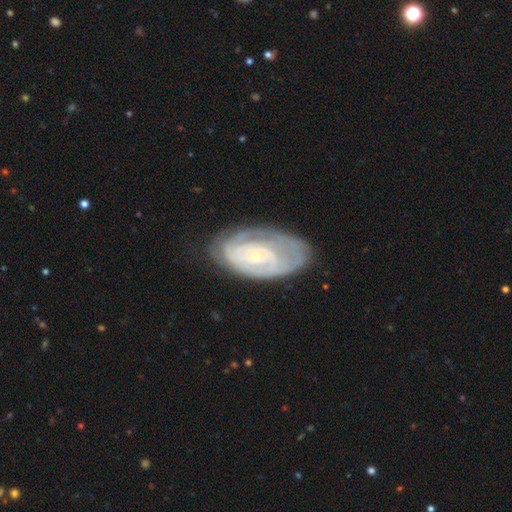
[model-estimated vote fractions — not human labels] Smooth or featured?
  - featured or disk: 79% *
  - smooth: 15%
  - star or artifact: 6%
Edge-on disk?
  - no: 96% *
  - yes: 4%
Bar?
  - no: 75% *
  - weak: 20%
  - strong: 5%
Spiral arms?
  - yes: 87% *
  - no: 13%
Spiral winding?
  - tight: 72% *
  - medium: 21%
  - loose: 6%
Spiral arm count?
  - can't tell: 46% *
  - 2: 27%
  - 3: 11%
  - 1: 8%
  - 4: 5%
  - more than 4: 4%
Bulge size?
  - small: 80% *
  - moderate: 16%
  - none: 2%
  - large: 1%
  - dominant: 1%
Merging?
  - none: 60% *
  - minor disturbance: 25%
  - major disturbance: 13%
  - merger: 2%